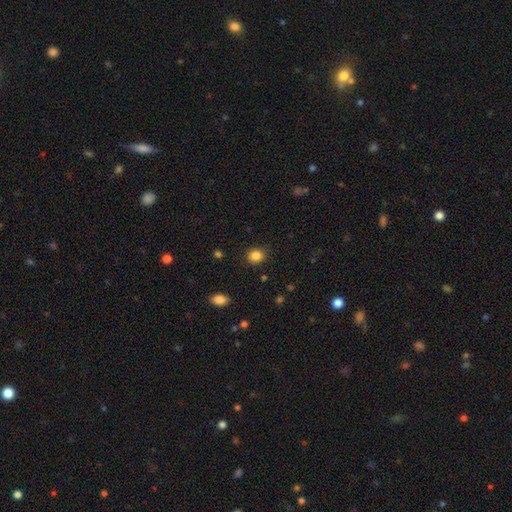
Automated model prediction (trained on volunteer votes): Q: Smooth or featured?
A: smooth (85%); runner-up: star or artifact (11%)
Q: How rounded?
A: round (73%); runner-up: in between (26%)
Q: Merging?
A: none (86%); runner-up: minor disturbance (10%)